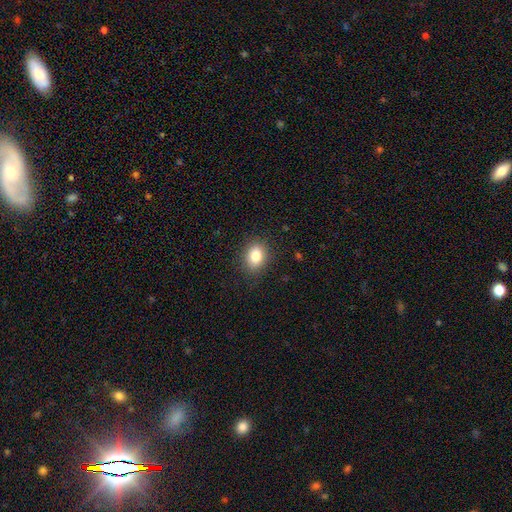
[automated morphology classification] Smooth or featured: smooth — 82% (star or artifact — 10%)
How rounded: in between — 59% (round — 40%)
Merging: none — 87% (minor disturbance — 9%)